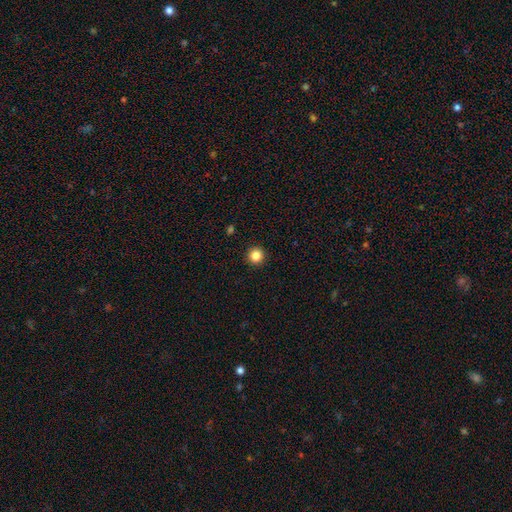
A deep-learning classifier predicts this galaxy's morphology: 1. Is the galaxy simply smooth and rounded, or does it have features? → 85% smooth, 11% star or artifact, 4% featured or disk.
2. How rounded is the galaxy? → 96% round, 4% in between, 1% cigar-shaped.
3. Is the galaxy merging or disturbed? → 93% none, 4% minor disturbance, 2% major disturbance, 1% merger.